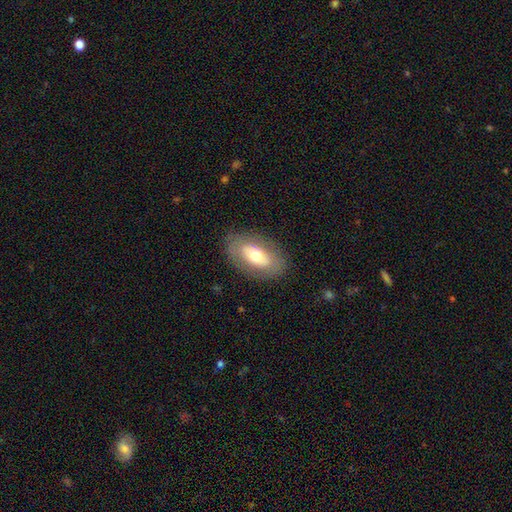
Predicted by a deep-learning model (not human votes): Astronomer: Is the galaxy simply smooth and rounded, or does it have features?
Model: smooth — 59%.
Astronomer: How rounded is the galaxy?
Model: in between — 90%.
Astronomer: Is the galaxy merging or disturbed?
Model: none — 83%.